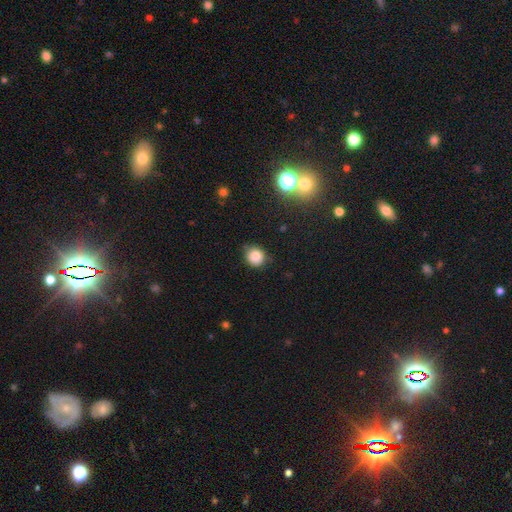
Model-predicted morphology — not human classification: Smooth or featured? Predicted: smooth (p=0.81). How rounded? Predicted: round (p=0.83). Merging? Predicted: none (p=0.75).